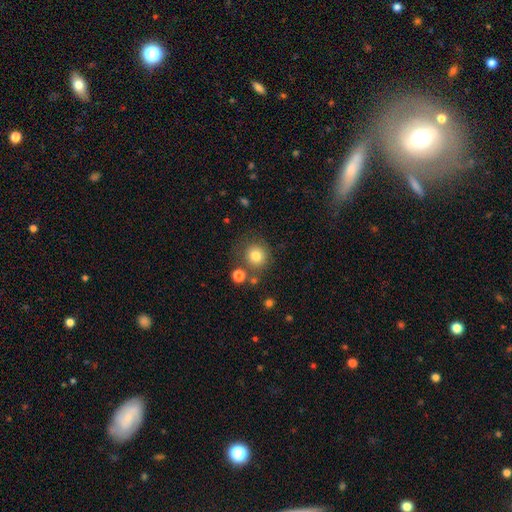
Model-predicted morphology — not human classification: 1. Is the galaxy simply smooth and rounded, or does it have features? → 80% smooth, 12% star or artifact, 9% featured or disk.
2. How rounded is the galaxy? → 91% round, 8% in between, 1% cigar-shaped.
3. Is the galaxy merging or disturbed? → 75% none, 11% minor disturbance, 9% merger, 5% major disturbance.